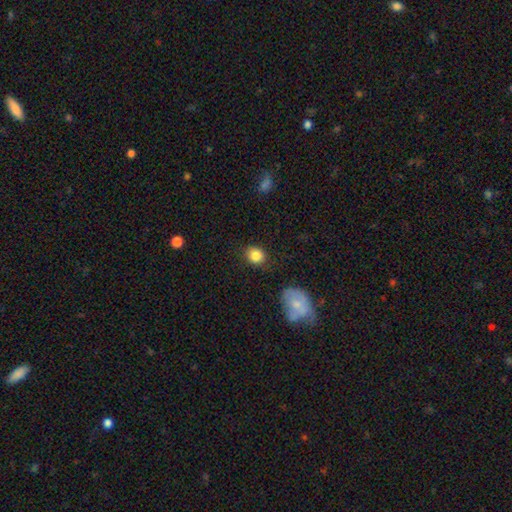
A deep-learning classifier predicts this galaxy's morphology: Smooth or featured? smooth (85%)
How rounded? round (68%)
Merging? none (82%)